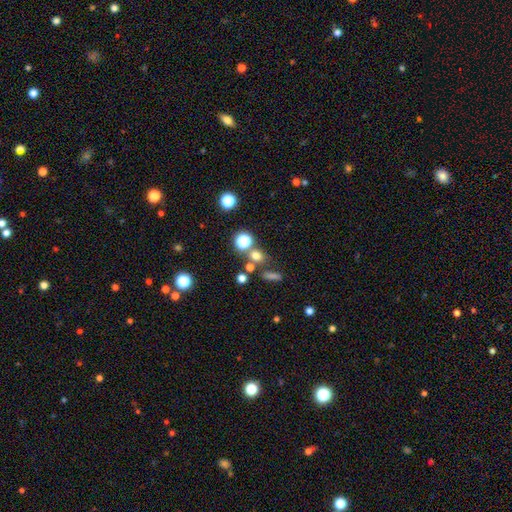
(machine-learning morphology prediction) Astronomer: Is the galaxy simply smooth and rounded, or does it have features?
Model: smooth — 65%.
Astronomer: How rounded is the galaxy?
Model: round — 79%.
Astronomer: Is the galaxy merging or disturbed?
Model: none — 66%.